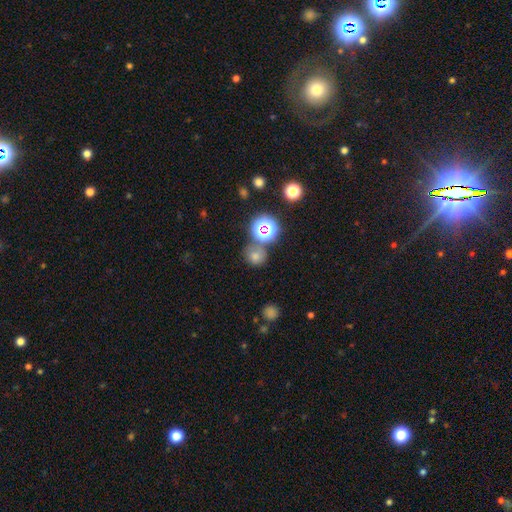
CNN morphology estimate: Smooth or featured? Predicted: smooth (p=0.66). How rounded? Predicted: round (p=0.84). Merging? Predicted: none (p=0.65).